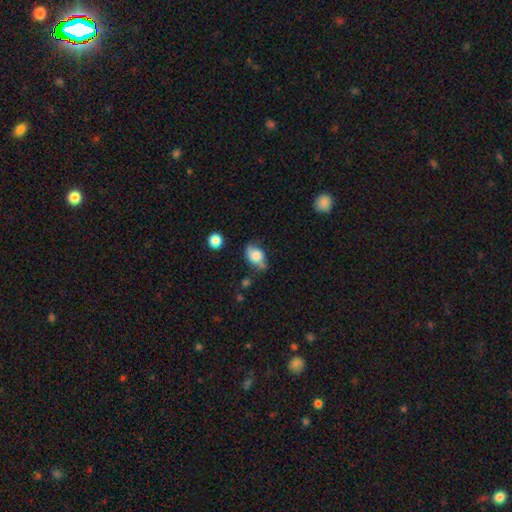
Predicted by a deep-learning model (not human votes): A smooth galaxy with no disk features (66%) that is in between round and cigar-shaped (74%). Merging: none (53%).